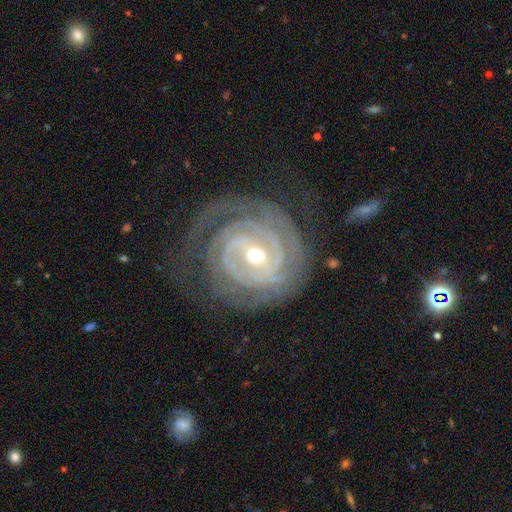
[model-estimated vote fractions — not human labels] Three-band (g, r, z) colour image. It shows a featured or disk galaxy (91%) with a weak bar (40%), 2 (30%) tight (85%) spiral arms (97%) and a moderate central bulge (59%). Merging: none (71%).